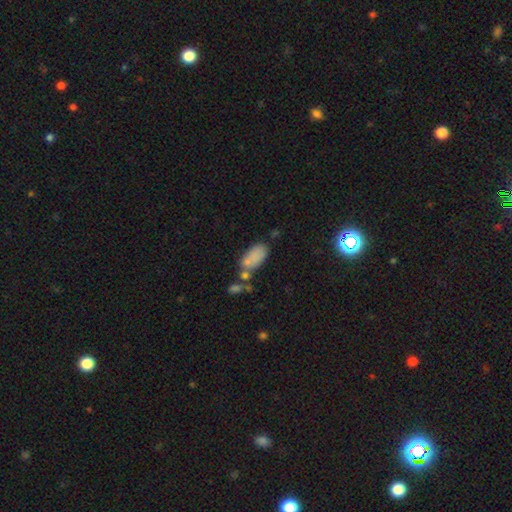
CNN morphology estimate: smooth-or-featured: smooth: 76% | featured or disk: 14% | star or artifact: 10%
  how-rounded: in between: 91% | cigar-shaped: 5% | round: 4%
  merging: none: 43% | merger: 26% | minor disturbance: 20% | major disturbance: 11%